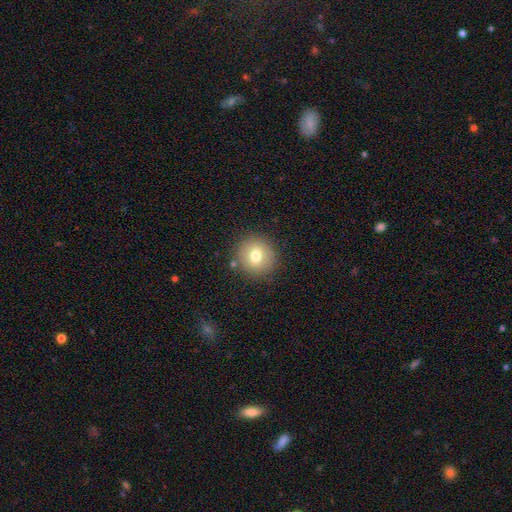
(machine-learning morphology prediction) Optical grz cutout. It shows a smooth galaxy with no disk features (74%) that is round (92%). Merging: none (86%).